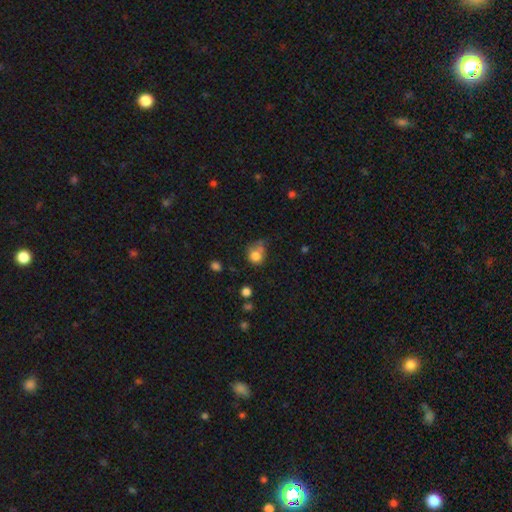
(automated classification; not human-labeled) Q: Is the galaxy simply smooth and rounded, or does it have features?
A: smooth — 77%.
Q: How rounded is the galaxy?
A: round — 70%.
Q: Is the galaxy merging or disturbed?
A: none — 42%.